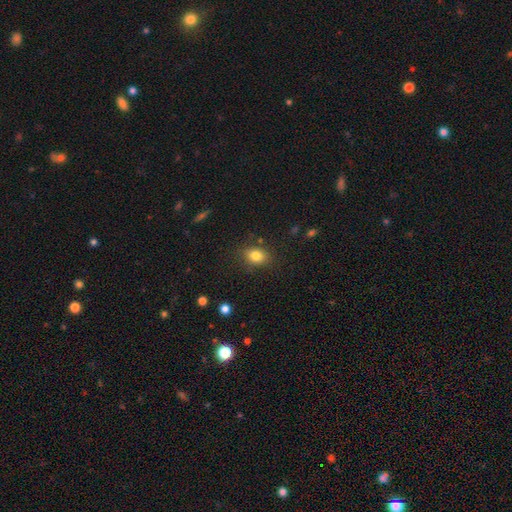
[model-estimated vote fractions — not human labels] smooth_or_featured: smooth (p=0.81) [alt: star or artifact p=0.11]
how_rounded: in between (p=0.62) [alt: round p=0.37]
merging: none (p=0.82) [alt: minor disturbance p=0.13]